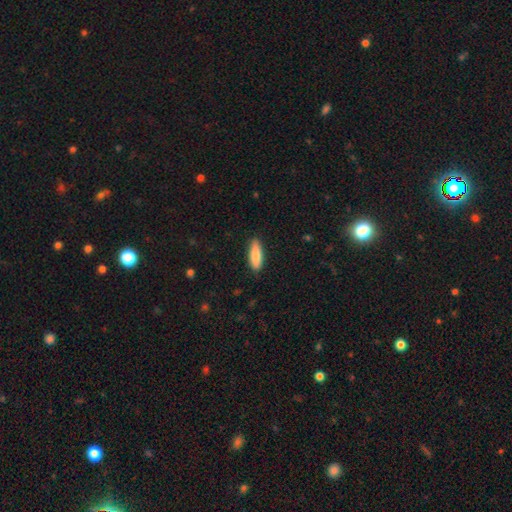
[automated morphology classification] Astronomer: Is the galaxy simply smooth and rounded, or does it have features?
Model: smooth — 84%.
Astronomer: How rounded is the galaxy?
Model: cigar-shaped — 51% (runner-up: in between, 47%).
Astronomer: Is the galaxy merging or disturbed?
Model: none — 88%.